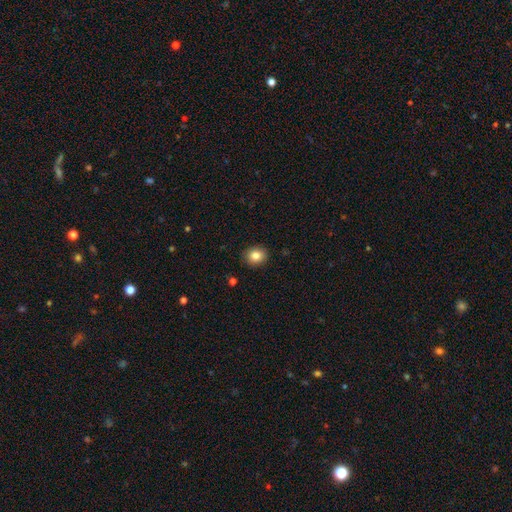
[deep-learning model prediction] Smooth or featured? smooth (84%)
How rounded? round (69%)
Merging? none (90%)